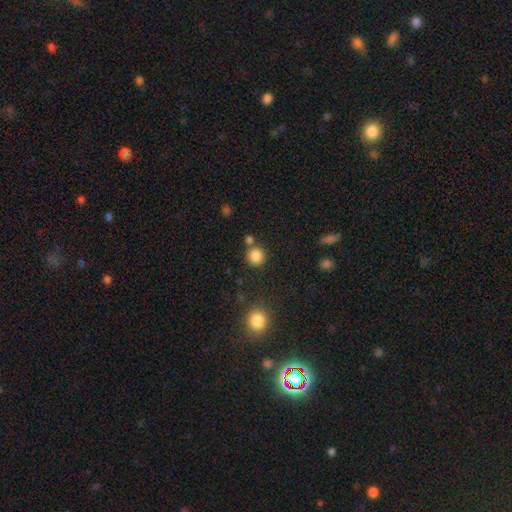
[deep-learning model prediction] Smooth or featured: smooth — 85% (star or artifact — 11%)
How rounded: round — 92% (in between — 7%)
Merging: none — 76% (merger — 13%)